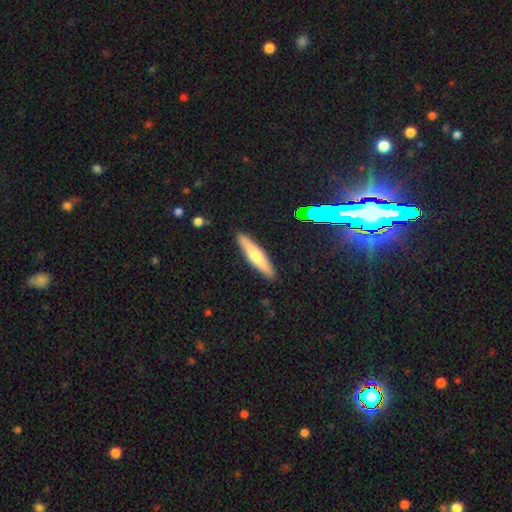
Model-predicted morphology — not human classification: smooth 62%, featured or disk 32%, star or artifact 6%. Down the decision tree: how rounded — cigar-shaped (82%); merging — none (90%).